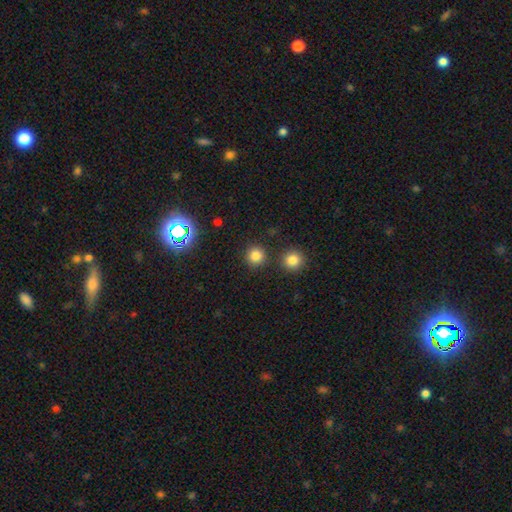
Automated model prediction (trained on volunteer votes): A smooth galaxy with no disk features (81%) that is round (94%). Merging: none (86%).